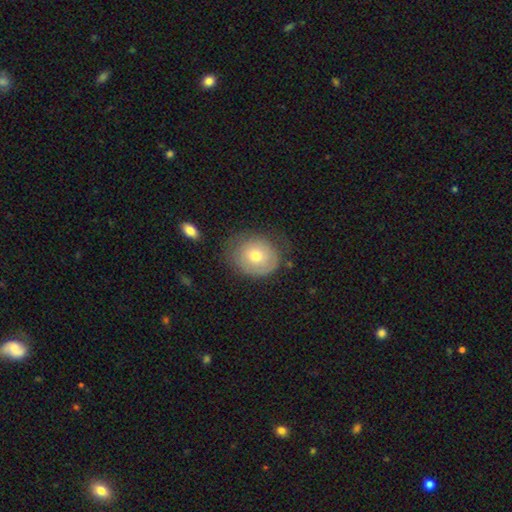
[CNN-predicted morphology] Q: Smooth or featured?
A: smooth (61%); runner-up: featured or disk (31%)
Q: How rounded?
A: round (65%); runner-up: in between (34%)
Q: Merging?
A: none (62%); runner-up: minor disturbance (25%)